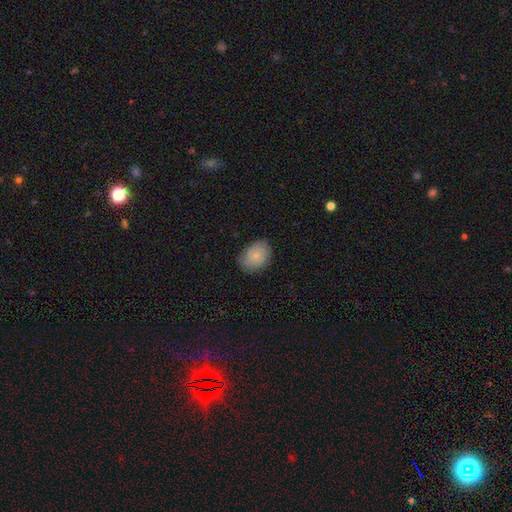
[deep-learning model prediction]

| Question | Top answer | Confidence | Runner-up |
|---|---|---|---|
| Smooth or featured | smooth | 69% | featured or disk (23%) |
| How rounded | in between | 67% | round (32%) |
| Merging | none | 72% | minor disturbance (22%) |